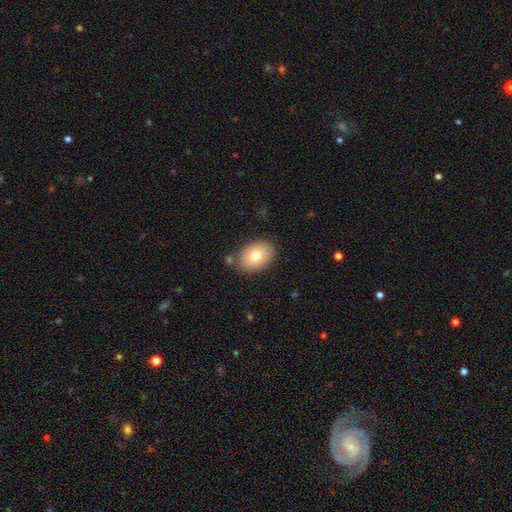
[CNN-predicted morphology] smooth 75%, featured or disk 16%, star or artifact 9%. Down the decision tree: how rounded — in between (75%); merging — none (81%).